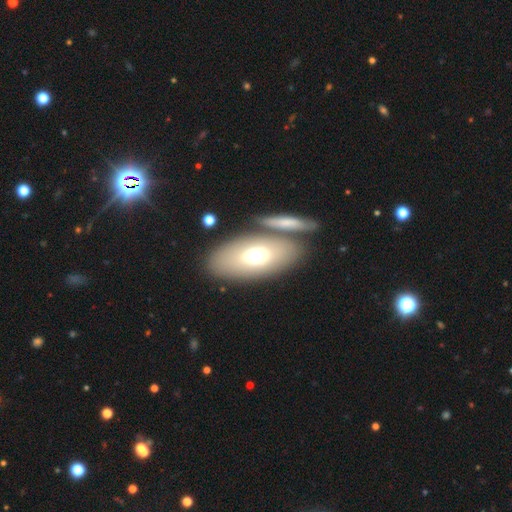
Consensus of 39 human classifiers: This appears to be a smooth galaxy with no disk features (56%) that is in between round and cigar-shaped (86%). Merging: none (57%).